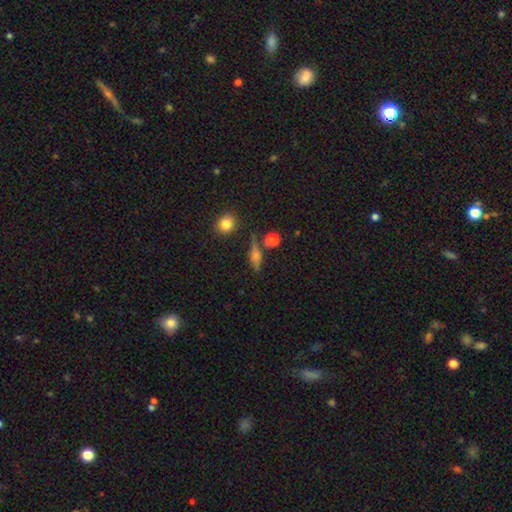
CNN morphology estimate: This is marginally a featured or disk galaxy (43%). Merging: likely none (74%).